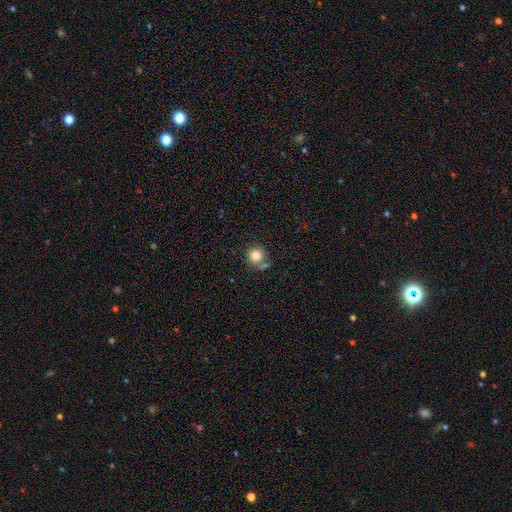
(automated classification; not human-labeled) smooth_or_featured: smooth (p=0.83) [alt: star or artifact p=0.10]
how_rounded: round (p=0.90) [alt: in between p=0.09]
merging: none (p=0.60) [alt: merger p=0.18]